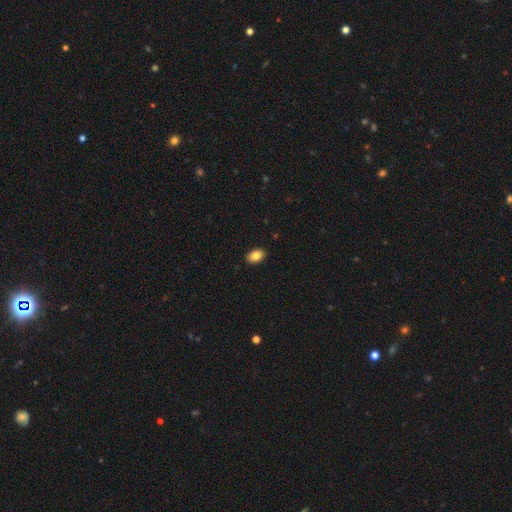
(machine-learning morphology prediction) A smooth galaxy with no disk features (86%) that is in between round and cigar-shaped (89%). Merging: none (90%).